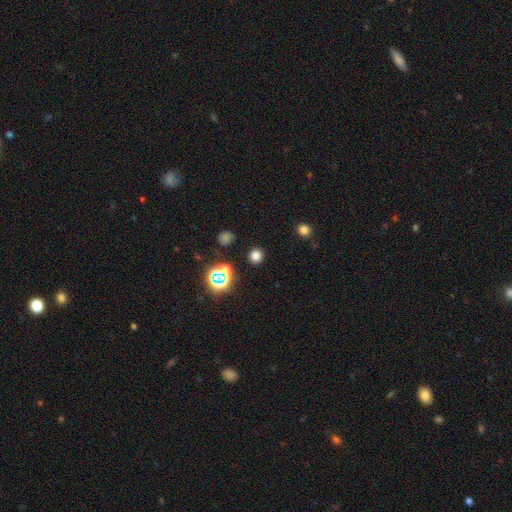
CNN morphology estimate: This appears to be a smooth galaxy with no disk features (73%) that is round (88%). Merging: none (88%).